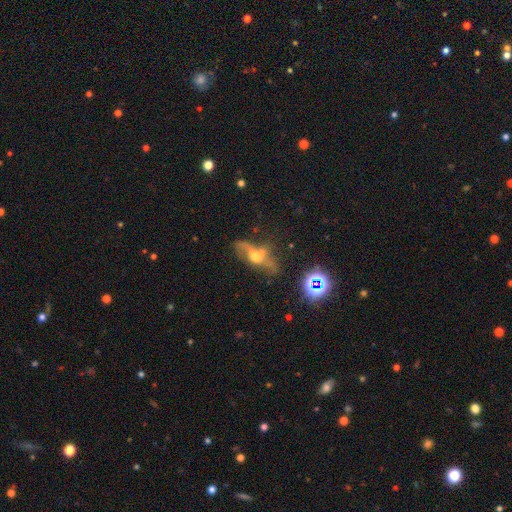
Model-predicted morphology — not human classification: Smooth or featured?
  - featured or disk: 54% *
  - smooth: 28%
  - star or artifact: 18%
Edge-on disk?
  - no: 77% *
  - yes: 23%
Merging?
  - none: 32% *
  - merger: 26%
  - major disturbance: 25%
  - minor disturbance: 17%